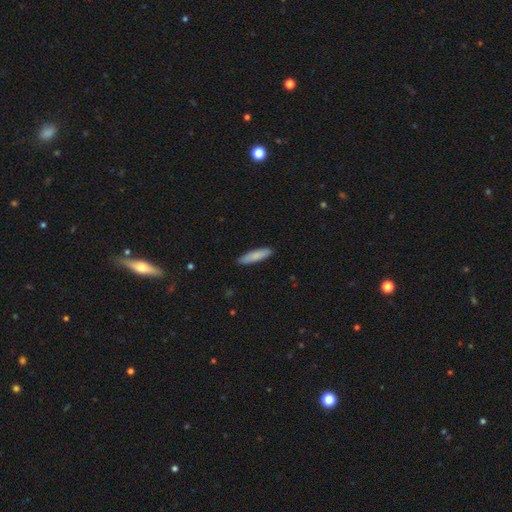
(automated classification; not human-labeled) A smooth galaxy with no disk features (83%) that is cigar-shaped (79%). Merging: none (90%).